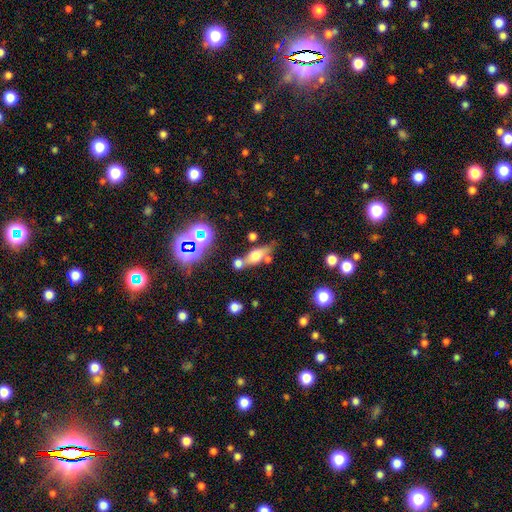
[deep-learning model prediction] This appears to be a smooth galaxy with no disk features (51%) that is in between round and cigar-shaped (59%). Merging: none (54%).